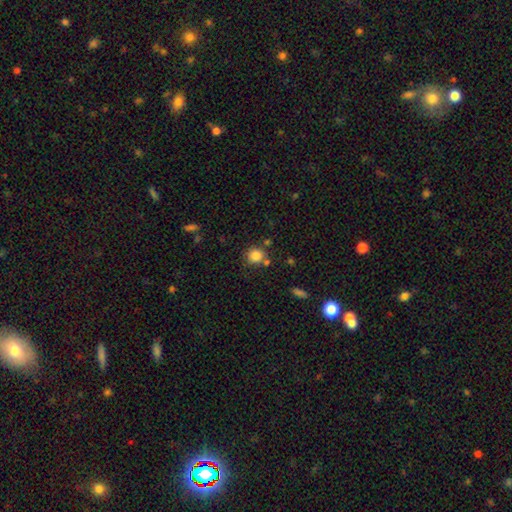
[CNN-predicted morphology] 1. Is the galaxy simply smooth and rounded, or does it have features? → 84% smooth, 11% star or artifact, 5% featured or disk.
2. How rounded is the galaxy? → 85% round, 14% in between, 1% cigar-shaped.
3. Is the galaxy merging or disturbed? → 71% none, 13% minor disturbance, 12% merger, 4% major disturbance.